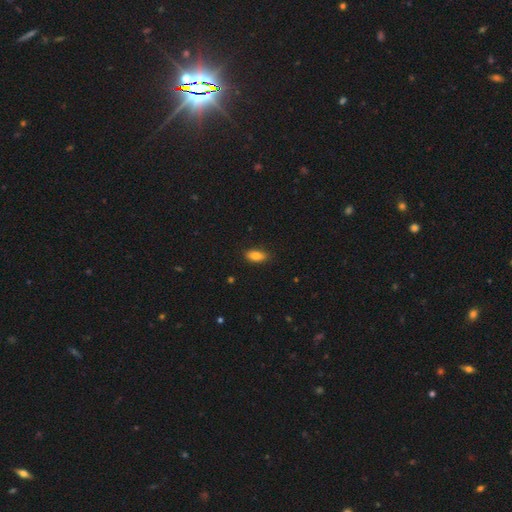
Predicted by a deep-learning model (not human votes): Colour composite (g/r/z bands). It shows a smooth galaxy with no disk features (83%) that is in between round and cigar-shaped (88%). Merging: none (85%).